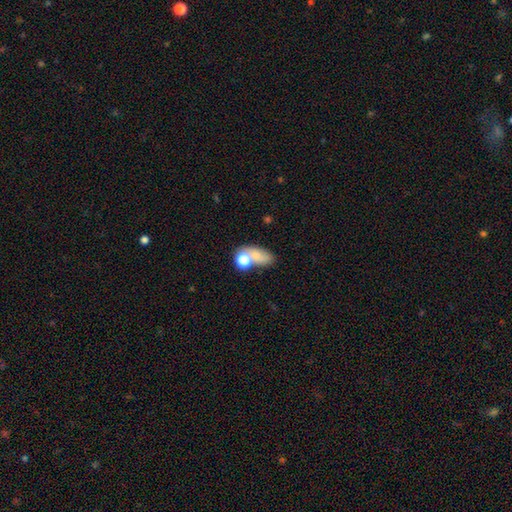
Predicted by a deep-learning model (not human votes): The model was most divided on "merging": none: 39%, merger: 37%, minor disturbance: 14%, major disturbance: 10%. More confident: how rounded — in between (72%); smooth or featured — smooth (72%).